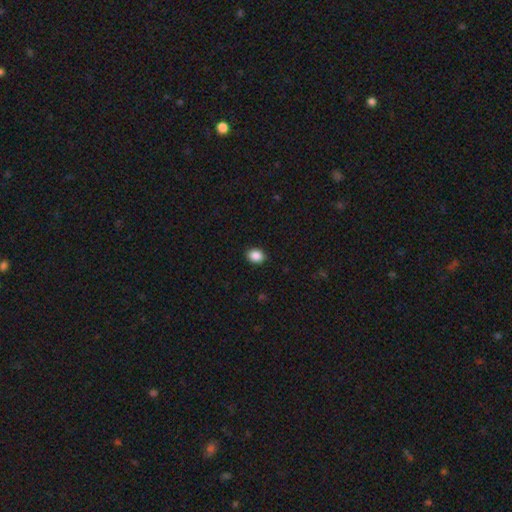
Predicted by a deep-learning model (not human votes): This appears to be a smooth galaxy with no disk features (88%) that is in between round and cigar-shaped (57%). Merging: none (91%).